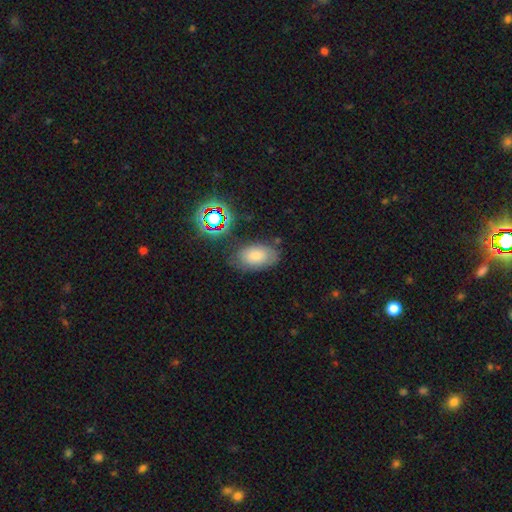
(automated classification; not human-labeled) Smooth or featured? smooth (72%)
How rounded? in between (92%)
Merging? none (74%)